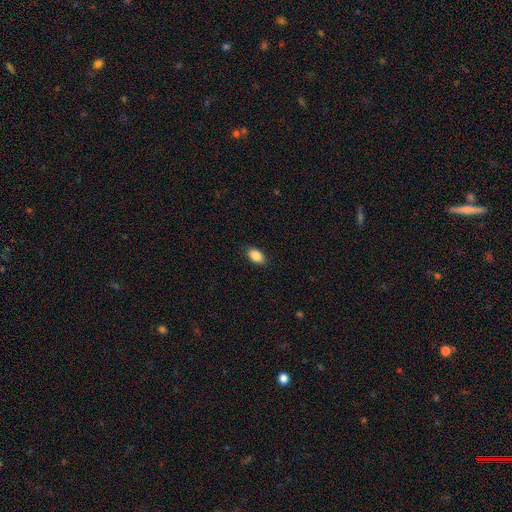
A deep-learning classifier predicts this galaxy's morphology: Smooth or featured? smooth (88%)
How rounded? in between (90%)
Merging? none (88%)